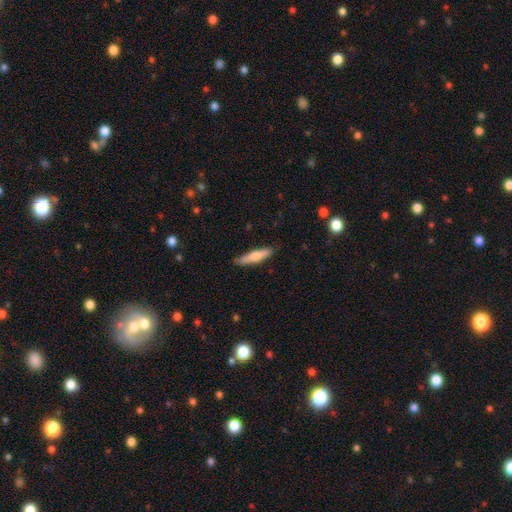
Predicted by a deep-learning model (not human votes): This is likely a smooth galaxy (65%). How rounded: clearly cigar-shaped (82%). Merging: clearly none (85%).